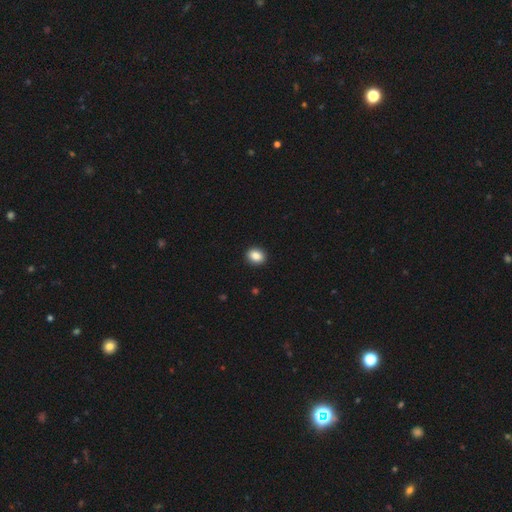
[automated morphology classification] The model was most divided on "how rounded": round: 55%, in between: 44%, cigar-shaped: 1%. More confident: merging — none (92%); smooth or featured — smooth (87%).